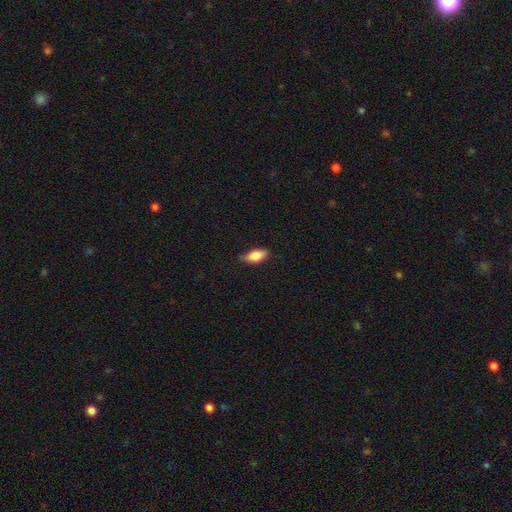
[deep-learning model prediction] smooth-or-featured: smooth: 79% | featured or disk: 14% | star or artifact: 7%
  how-rounded: in between: 87% | cigar-shaped: 9% | round: 4%
  merging: none: 74% | minor disturbance: 21% | major disturbance: 3% | merger: 1%